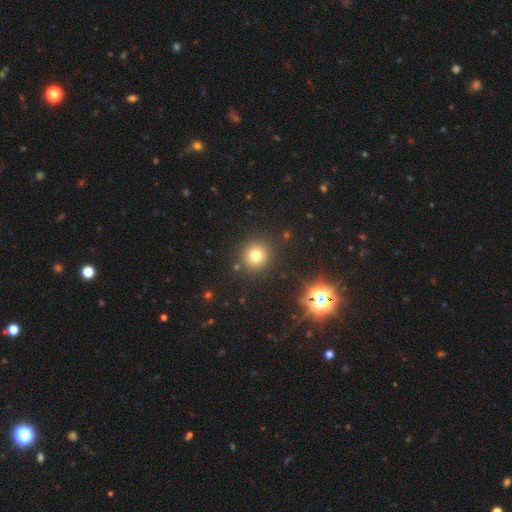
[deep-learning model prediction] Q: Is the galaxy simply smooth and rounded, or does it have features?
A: smooth — 74%.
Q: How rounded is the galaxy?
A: round — 93%.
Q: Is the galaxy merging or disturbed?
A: none — 89%.